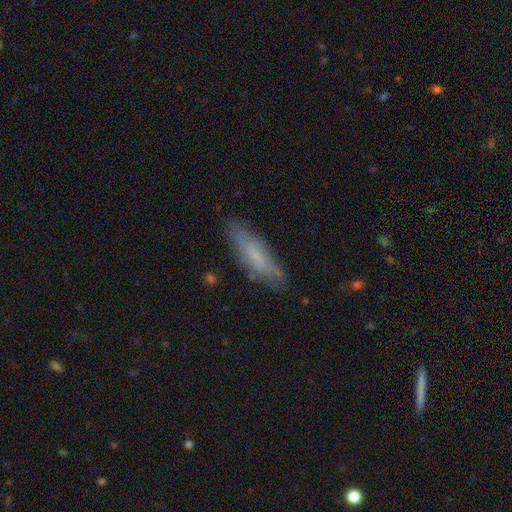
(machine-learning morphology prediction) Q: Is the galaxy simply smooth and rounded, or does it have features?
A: smooth — 58%.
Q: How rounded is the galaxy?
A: cigar-shaped — 67%.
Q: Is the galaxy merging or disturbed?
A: none — 80%.